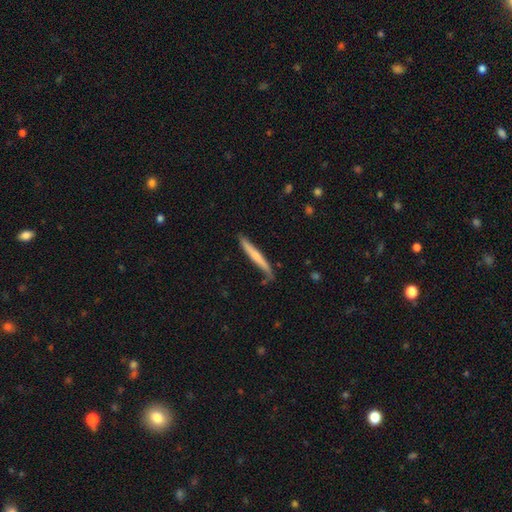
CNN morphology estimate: Smooth or featured?
  - smooth: 51% *
  - featured or disk: 44%
  - star or artifact: 5%
How rounded?
  - cigar-shaped: 96% *
  - in between: 3%
  - round: 1%
Merging?
  - none: 74% *
  - minor disturbance: 20%
  - major disturbance: 3%
  - merger: 3%